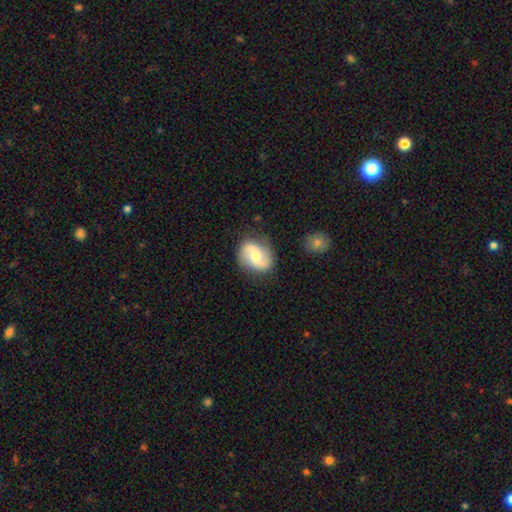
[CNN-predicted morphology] Smooth or featured: featured or disk — 71% (smooth — 23%)
Edge-on disk: no — 98% (yes — 2%)
Bar: no — 54% (weak — 38%)
Spiral arms: yes — 95% (no — 5%)
Spiral winding: loose — 46% (medium — 40%)
Spiral arm count: 2 — 92% (can't tell — 3%)
Bulge size: moderate — 52% (small — 38%)
Merging: none — 80% (minor disturbance — 14%)